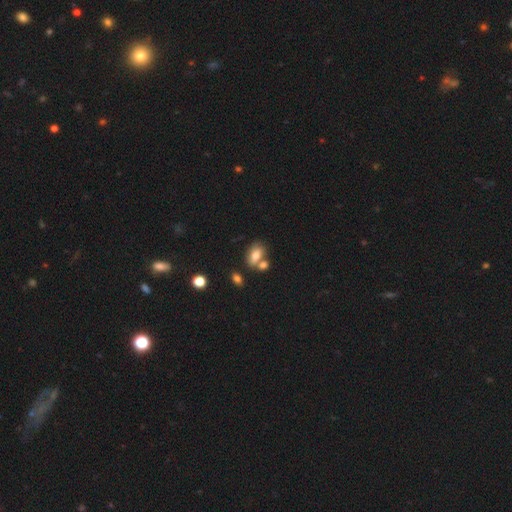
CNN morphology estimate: Smooth or featured? smooth (74%)
How rounded? in between (85%)
Merging? none (48%)